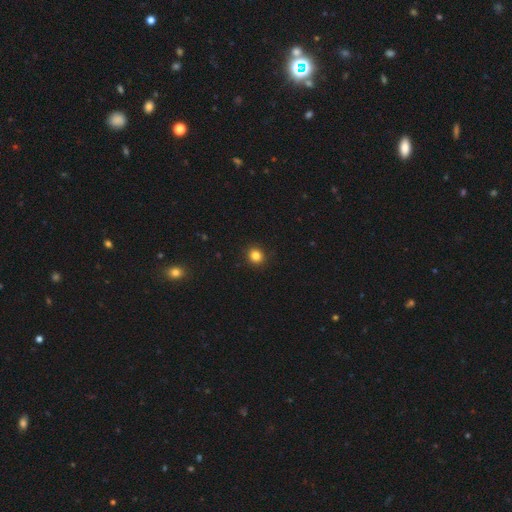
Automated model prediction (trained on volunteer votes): Smooth or featured: smooth — 84% (star or artifact — 12%)
How rounded: round — 86% (in between — 13%)
Merging: none — 92% (minor disturbance — 6%)